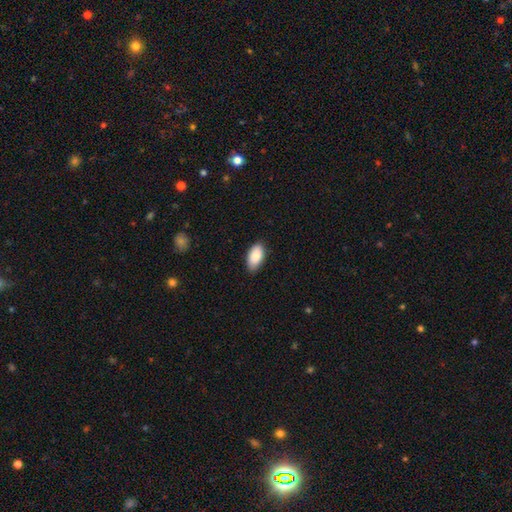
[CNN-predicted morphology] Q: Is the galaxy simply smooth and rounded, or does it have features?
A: smooth — 86%.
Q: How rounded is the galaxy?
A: in between — 94%.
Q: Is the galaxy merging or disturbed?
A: none — 85%.